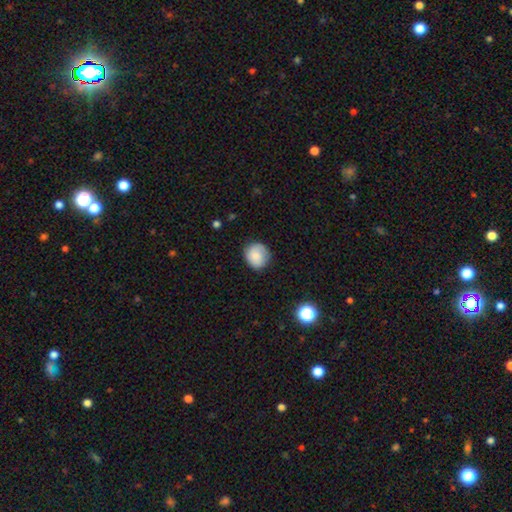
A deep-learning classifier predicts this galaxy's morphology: Q: Smooth or featured?
A: smooth (79%); runner-up: featured or disk (13%)
Q: How rounded?
A: round (85%); runner-up: in between (15%)
Q: Merging?
A: none (80%); runner-up: minor disturbance (15%)